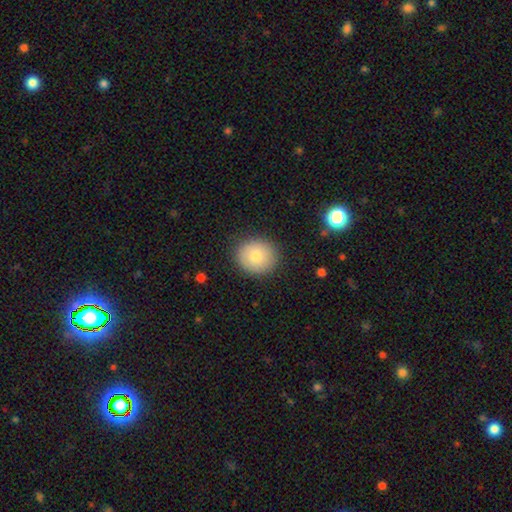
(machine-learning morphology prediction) The model was most divided on "how rounded": round: 81%, in between: 18%, cigar-shaped: 1%. More confident: merging — none (88%); smooth or featured — smooth (79%).